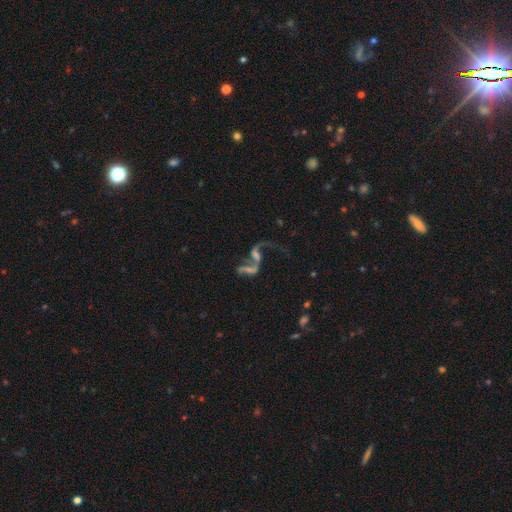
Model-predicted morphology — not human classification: A featured or disk galaxy (74%) with no bar (49%), 2 (69%) loose (90%) spiral arms (78%) and no central bulge (39%).

Vote fractions:
- Smooth or featured? featured or disk: 74% / star or artifact: 14% / smooth: 13%
- Edge-on disk? no: 94% / yes: 6%
- Bar? no: 49% / weak: 33% / strong: 18%
- Spiral arms? yes: 78% / no: 22%
- Spiral winding? loose: 90% / medium: 8% / tight: 2%
- Spiral arm count? 2: 69% / 1: 24% / can't tell: 3% / 3: 1% / 4: 1% / more than 4: 1%
- Bulge size? none: 39% / small: 34% / moderate: 20% / large: 5% / dominant: 2%
- Merging? merger: 42% / none: 27% / major disturbance: 21% / minor disturbance: 10%